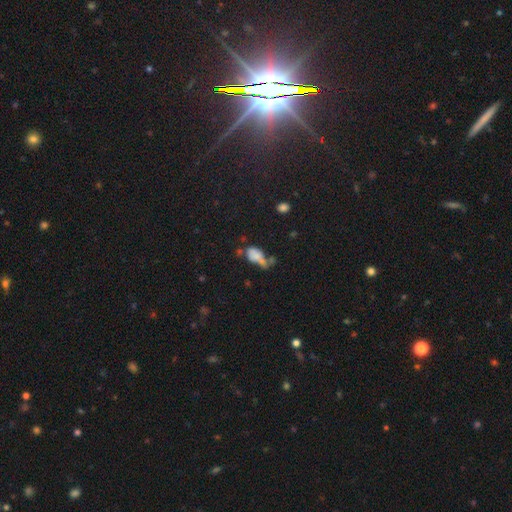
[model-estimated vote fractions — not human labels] smooth-or-featured: smooth: 63% | featured or disk: 23% | star or artifact: 13%
  how-rounded: in between: 83% | round: 12% | cigar-shaped: 5%
  merging: merger: 37% | none: 23% | major disturbance: 21% | minor disturbance: 19%